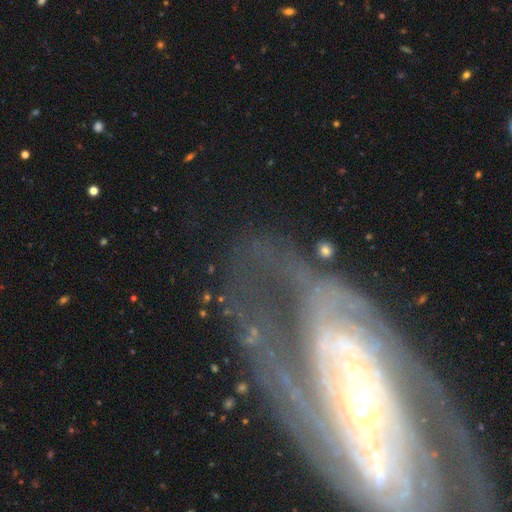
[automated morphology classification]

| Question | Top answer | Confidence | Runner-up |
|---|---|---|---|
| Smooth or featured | featured or disk | 76% | star or artifact (12%) |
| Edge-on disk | no | 91% | yes (9%) |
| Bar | no | 40% | strong (31%) |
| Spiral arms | yes | 85% | no (15%) |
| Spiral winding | tight | 55% | medium (31%) |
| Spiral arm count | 2 | 37% | can't tell (27%) |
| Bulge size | small | 45% | moderate (29%) |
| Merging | none | 60% | major disturbance (20%) |